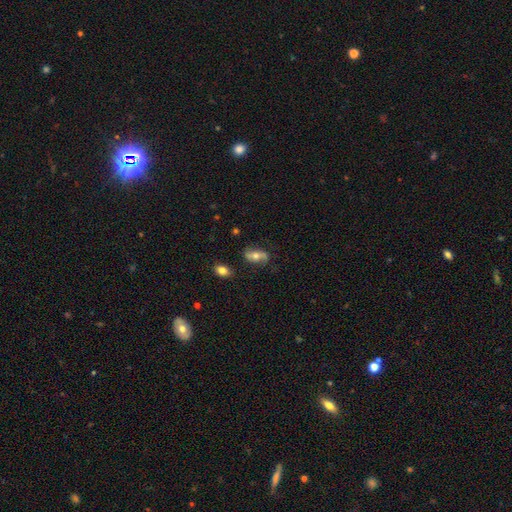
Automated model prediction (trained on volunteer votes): Smooth or featured?
  - featured or disk: 55% *
  - smooth: 36%
  - star or artifact: 9%
Edge-on disk?
  - no: 87% *
  - yes: 13%
Merging?
  - none: 71% *
  - minor disturbance: 19%
  - major disturbance: 7%
  - merger: 2%